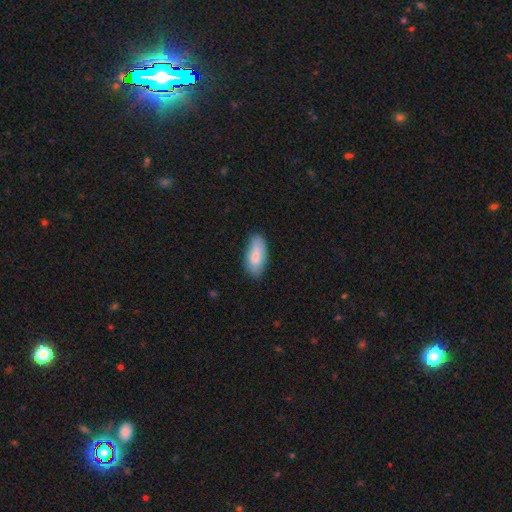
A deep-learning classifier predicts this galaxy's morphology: Smooth or featured?
  - smooth: 84% *
  - featured or disk: 10%
  - star or artifact: 6%
How rounded?
  - in between: 87% *
  - cigar-shaped: 11%
  - round: 2%
Merging?
  - none: 80% *
  - minor disturbance: 16%
  - major disturbance: 3%
  - merger: 1%